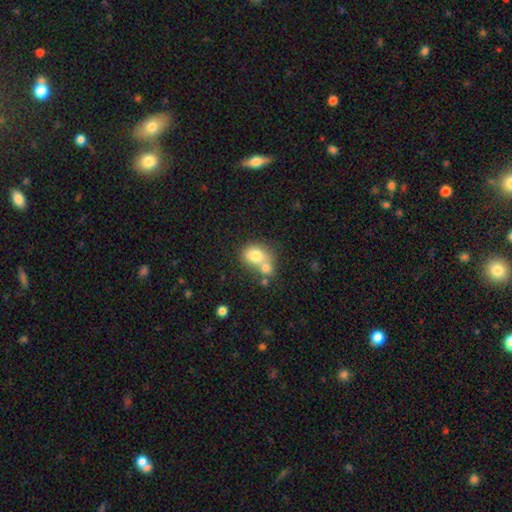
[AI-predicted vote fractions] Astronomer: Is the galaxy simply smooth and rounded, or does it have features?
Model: smooth — 76%.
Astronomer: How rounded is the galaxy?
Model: round — 52% (runner-up: in between, 47%).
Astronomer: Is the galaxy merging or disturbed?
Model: merger — 54% (runner-up: none, 31%).